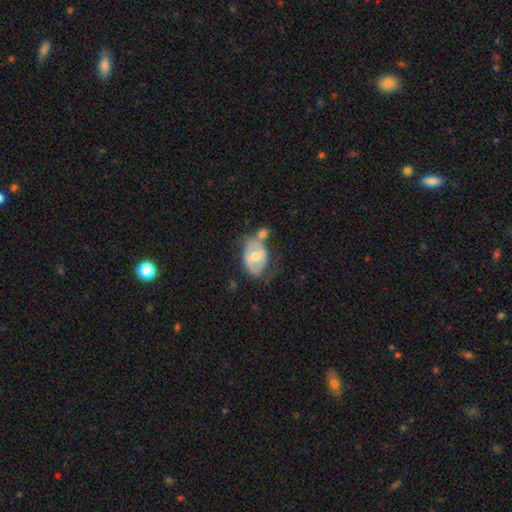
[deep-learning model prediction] This appears to be a featured or disk galaxy (52%). Merging: none (38%).